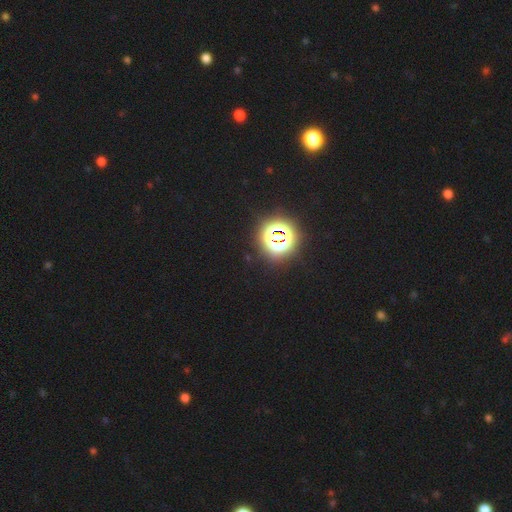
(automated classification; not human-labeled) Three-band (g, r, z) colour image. It shows a star or artifact, not a galaxy (84%).